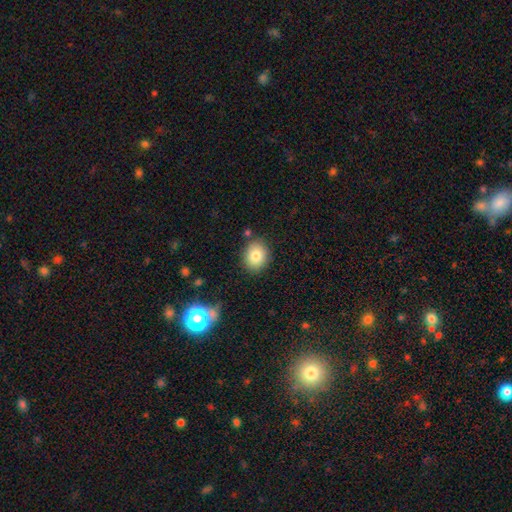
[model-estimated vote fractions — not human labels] smooth 81%, star or artifact 10%, featured or disk 9%. Down the decision tree: how rounded — round (61%); merging — none (84%).